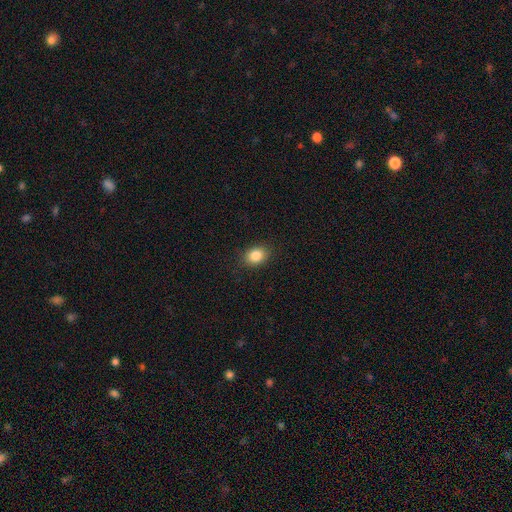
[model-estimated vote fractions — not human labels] Smooth or featured? smooth (85%)
How rounded? in between (62%)
Merging? none (88%)